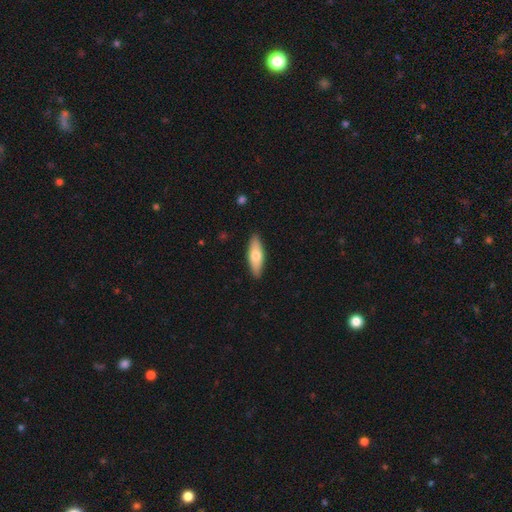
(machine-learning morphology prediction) This appears to be a smooth galaxy with no disk features (67%) that is in between round and cigar-shaped (54%). Merging: none (89%).